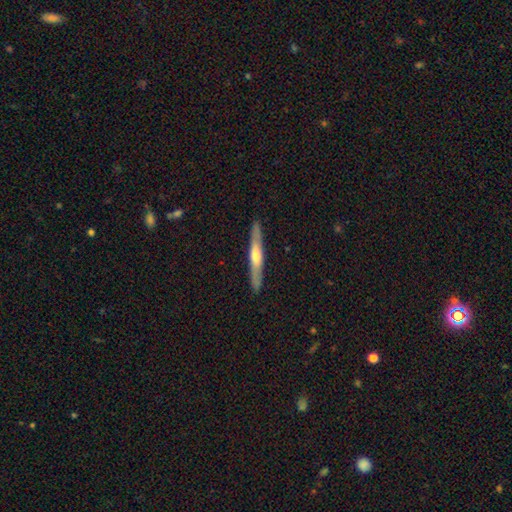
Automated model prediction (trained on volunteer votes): The model was most divided on "smooth or featured": featured or disk: 62%, smooth: 33%, star or artifact: 5%. More confident: edge-on disk — yes (95%); merging — none (91%); edge-on bulge — rounded (75%).